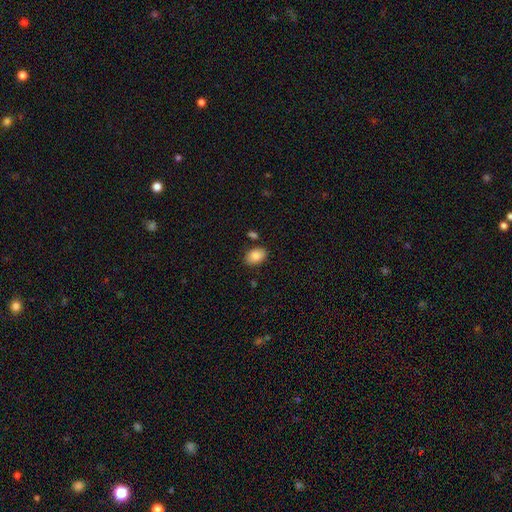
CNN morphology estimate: smooth_or_featured: smooth (p=0.87) [alt: star or artifact p=0.08]
how_rounded: in between (p=0.86) [alt: round p=0.13]
merging: none (p=0.80) [alt: minor disturbance p=0.12]